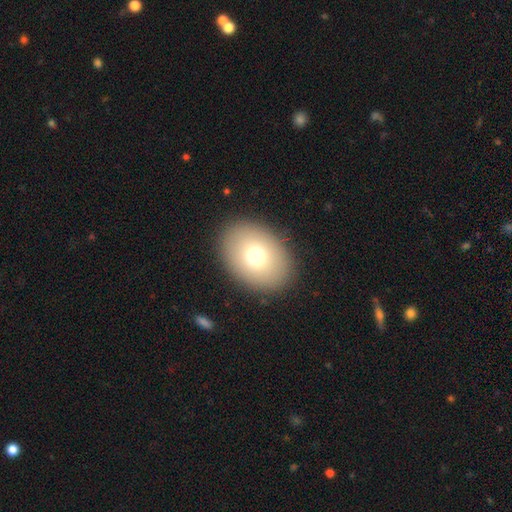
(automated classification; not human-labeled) Q: Smooth or featured?
A: smooth (73%); runner-up: featured or disk (16%)
Q: How rounded?
A: in between (70%); runner-up: round (29%)
Q: Merging?
A: none (89%); runner-up: minor disturbance (7%)